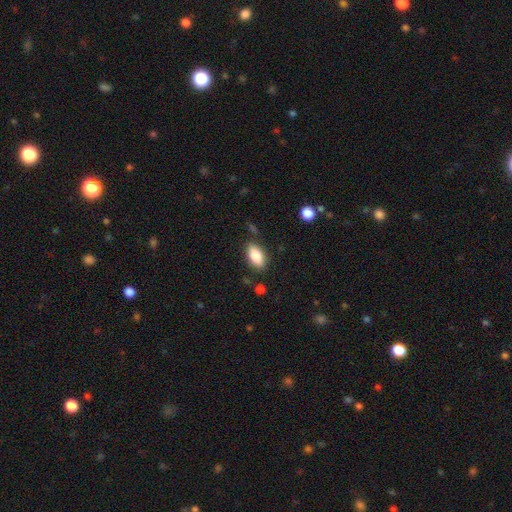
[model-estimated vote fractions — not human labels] This appears to be a smooth galaxy with no disk features (83%) that is in between round and cigar-shaped (89%). Merging: none (82%).